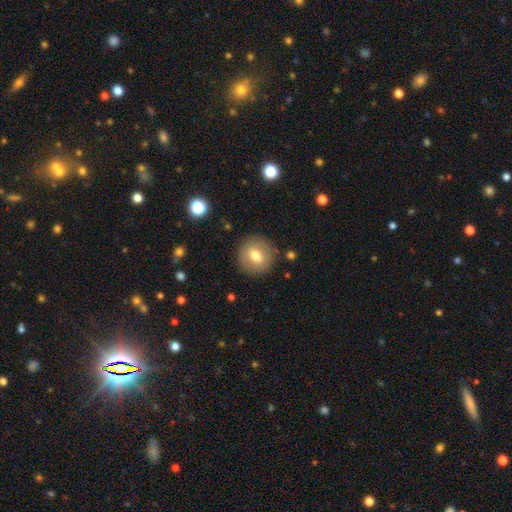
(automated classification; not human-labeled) Morphology: type=smooth (71%); roundness=round (91%); merging=none (88%).